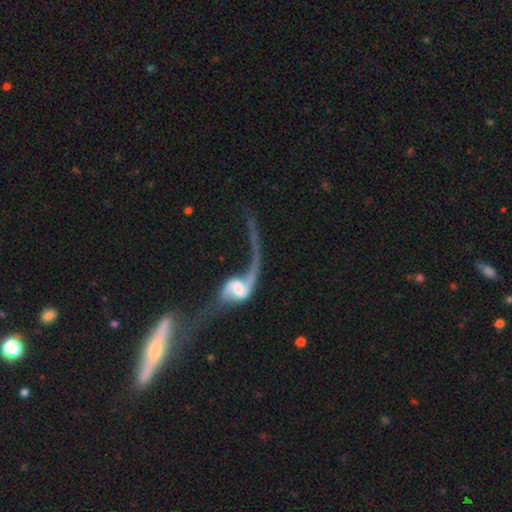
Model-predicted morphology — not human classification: This is likely a featured or disk galaxy (70%). It is likely not viewed edge-on (69%). Merging: possibly merger (59%).